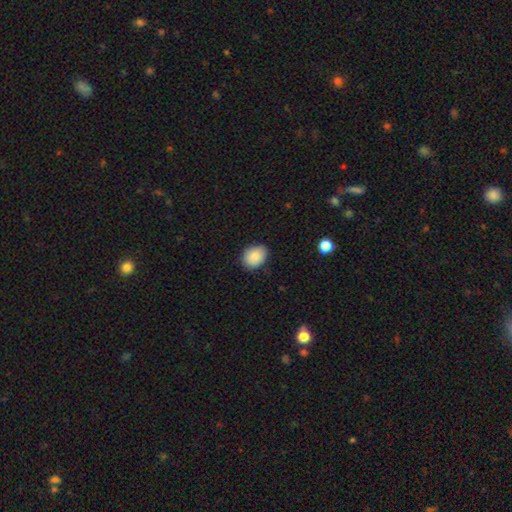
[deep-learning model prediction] Smooth or featured? Predicted: smooth (p=0.88). How rounded? Predicted: in between (p=0.59). Merging? Predicted: none (p=0.80).